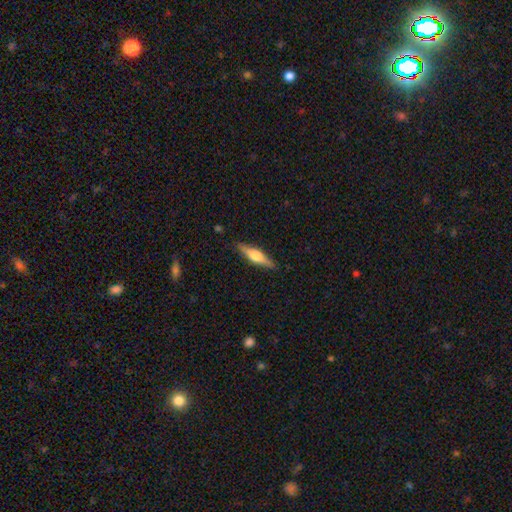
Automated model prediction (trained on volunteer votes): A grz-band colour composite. It shows a featured or disk galaxy (56%) viewed edge-on (95%) with a rounded central bulge (90%). Merging: none (88%).